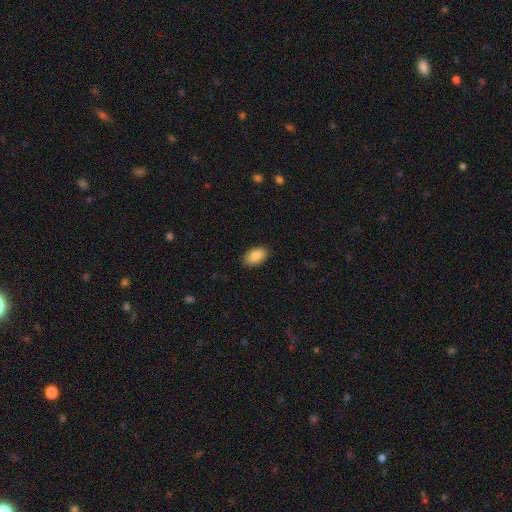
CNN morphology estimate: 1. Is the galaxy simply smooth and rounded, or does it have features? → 88% smooth, 7% star or artifact, 5% featured or disk.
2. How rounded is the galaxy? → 94% in between, 4% round, 2% cigar-shaped.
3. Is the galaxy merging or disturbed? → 89% none, 8% minor disturbance, 2% major disturbance, 1% merger.